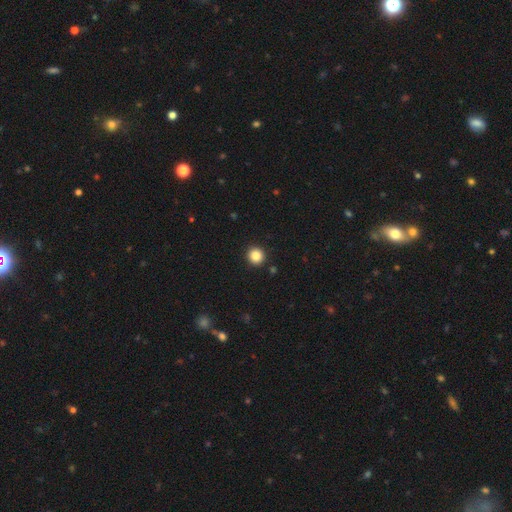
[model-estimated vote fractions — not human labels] Smooth or featured? Predicted: smooth (p=0.86). How rounded? Predicted: round (p=0.94). Merging? Predicted: none (p=0.93).